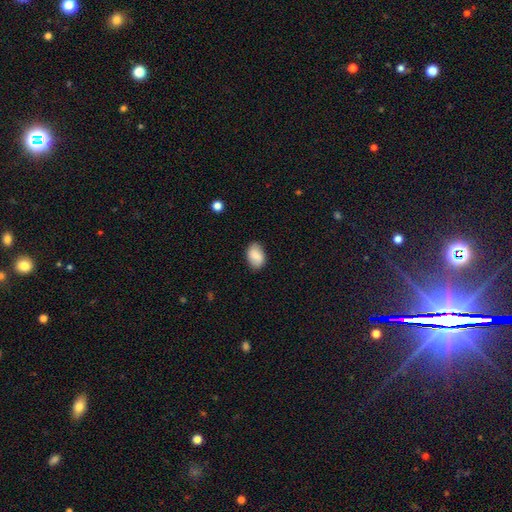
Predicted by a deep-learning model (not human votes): A smooth galaxy with no disk features (85%) that is in between round and cigar-shaped (88%).

Vote fractions:
- Smooth or featured? smooth: 85% / featured or disk: 8% / star or artifact: 7%
- How rounded? in between: 88% / round: 11% / cigar-shaped: 1%
- Merging? none: 82% / minor disturbance: 14% / major disturbance: 3% / merger: 1%